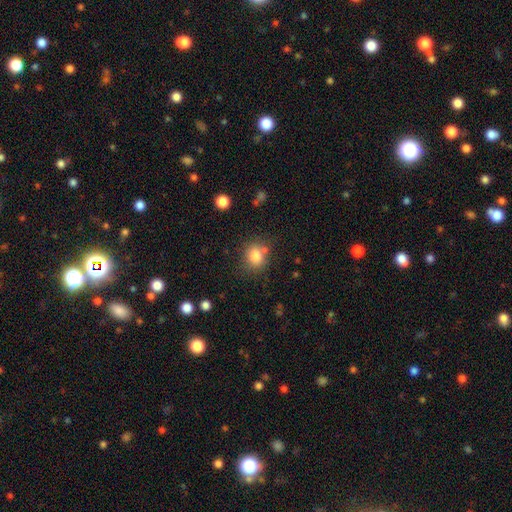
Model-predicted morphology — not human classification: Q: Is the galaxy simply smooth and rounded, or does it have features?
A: smooth — 81%.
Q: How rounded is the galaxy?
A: round — 63%.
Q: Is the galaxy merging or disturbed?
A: none — 68%.